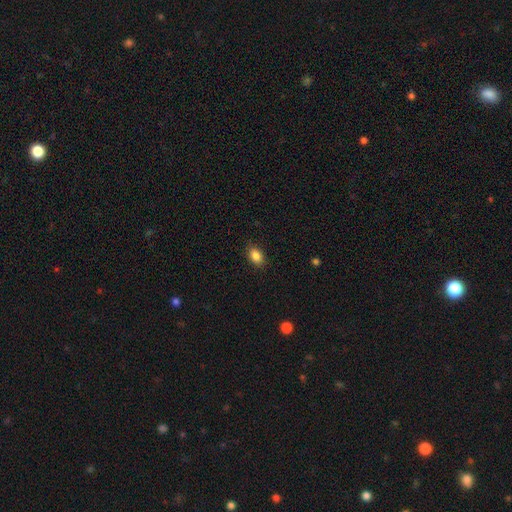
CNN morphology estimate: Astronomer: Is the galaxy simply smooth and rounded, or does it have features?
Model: smooth — 86%.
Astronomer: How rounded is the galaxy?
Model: in between — 81%.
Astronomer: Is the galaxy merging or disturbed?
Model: none — 87%.